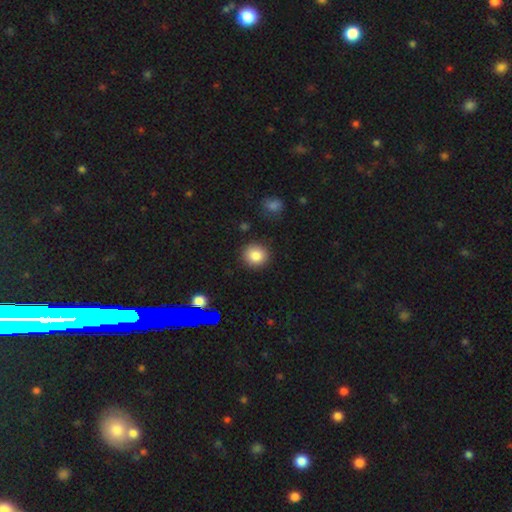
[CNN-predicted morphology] smooth-or-featured: smooth: 84% | star or artifact: 10% | featured or disk: 6%
  how-rounded: round: 90% | in between: 9% | cigar-shaped: 1%
  merging: none: 89% | minor disturbance: 7% | major disturbance: 2% | merger: 2%